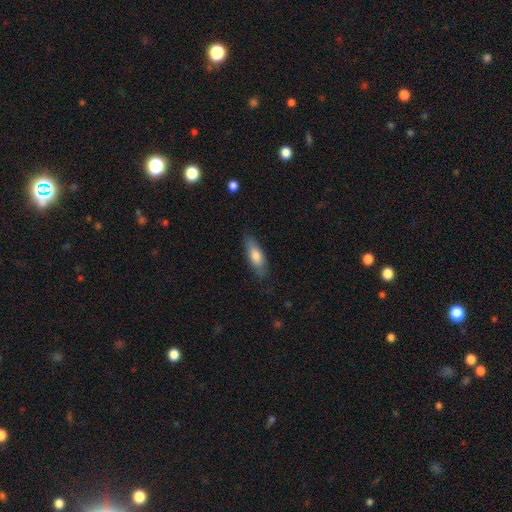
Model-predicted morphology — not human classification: smooth-or-featured: smooth: 75% | featured or disk: 19% | star or artifact: 6%
  how-rounded: in between: 58% | cigar-shaped: 40% | round: 2%
  merging: none: 78% | minor disturbance: 17% | major disturbance: 4% | merger: 1%